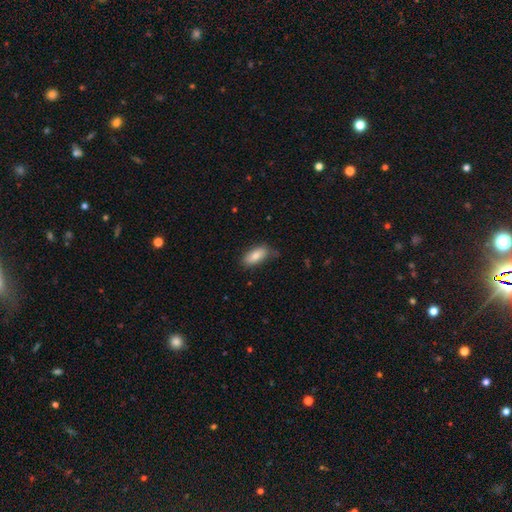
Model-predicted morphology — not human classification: Smooth or featured? smooth (83%)
How rounded? in between (88%)
Merging? none (69%)